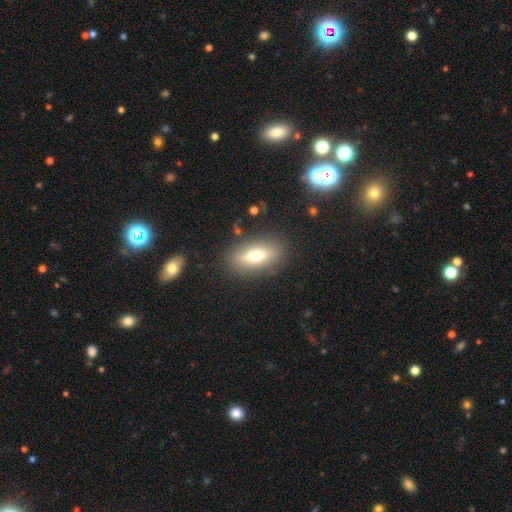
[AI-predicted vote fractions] Morphology: type=smooth (55%); roundness=in between (65%); merging=none (85%).